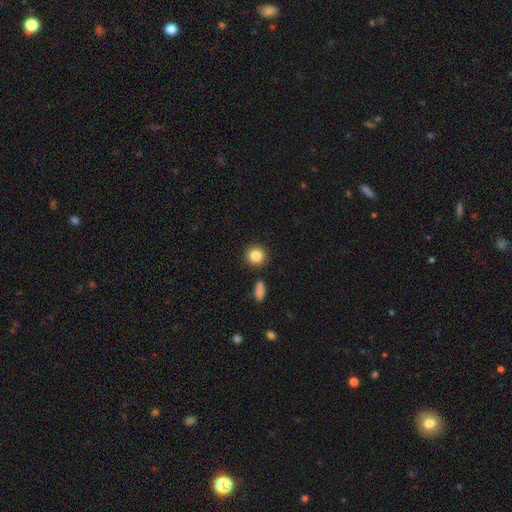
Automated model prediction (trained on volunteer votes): This is clearly a smooth galaxy (86%). How rounded: clearly round (89%). Merging: clearly none (87%).